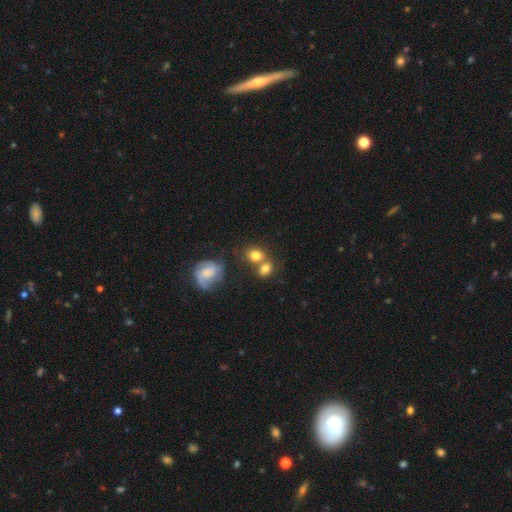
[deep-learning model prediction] This is likely a smooth galaxy (71%). How rounded: possibly round (55%). Merging: possibly none (45%).